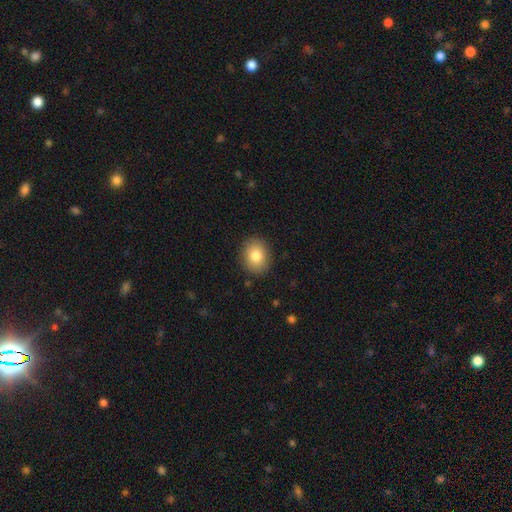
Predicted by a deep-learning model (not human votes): A smooth galaxy with no disk features (82%) that is round (56%).

Vote fractions:
- Smooth or featured? smooth: 82% / featured or disk: 9% / star or artifact: 9%
- How rounded? round: 56% / in between: 43% / cigar-shaped: 1%
- Merging? none: 89% / minor disturbance: 8% / major disturbance: 2% / merger: 1%